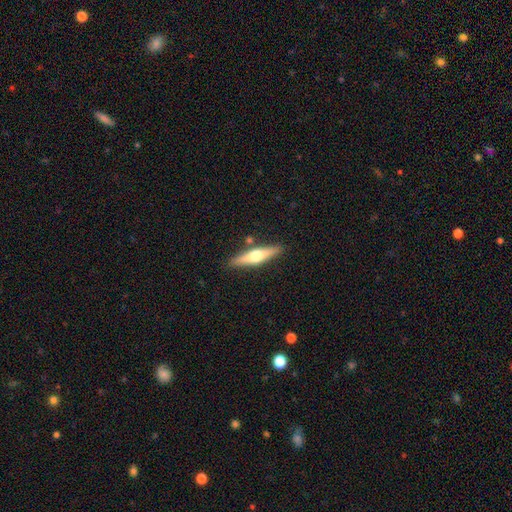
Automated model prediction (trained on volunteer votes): Morphology: type=featured or disk (55%); edge-on=yes (95%); edge-on bulge=rounded (92%); merging=none (85%).